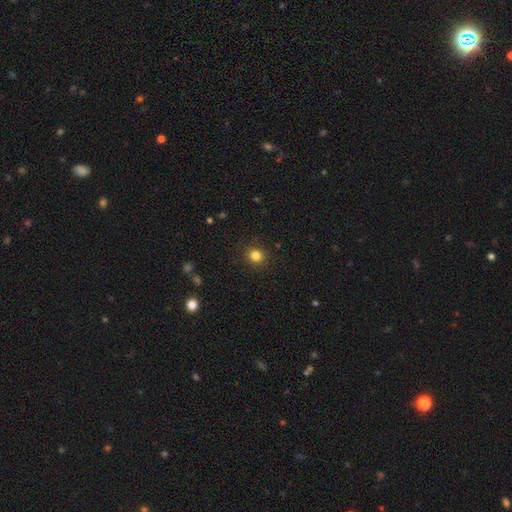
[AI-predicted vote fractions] smooth_or_featured: smooth (p=0.82) [alt: star or artifact p=0.13]
how_rounded: round (p=0.80) [alt: in between p=0.19]
merging: none (p=0.90) [alt: minor disturbance p=0.07]